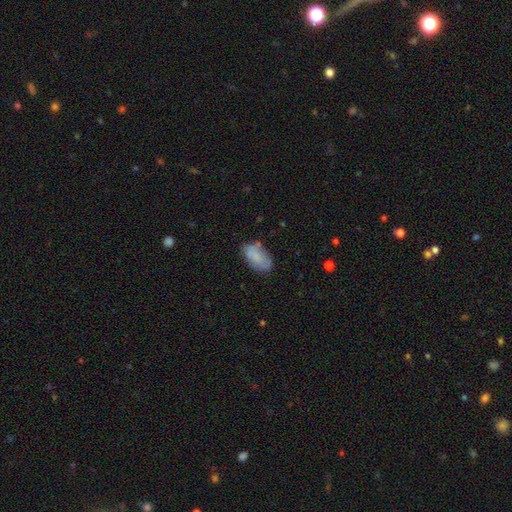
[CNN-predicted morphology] The model was most divided on "merging": none: 68%, minor disturbance: 23%, major disturbance: 6%, merger: 3%. More confident: how rounded — in between (93%); smooth or featured — smooth (78%).